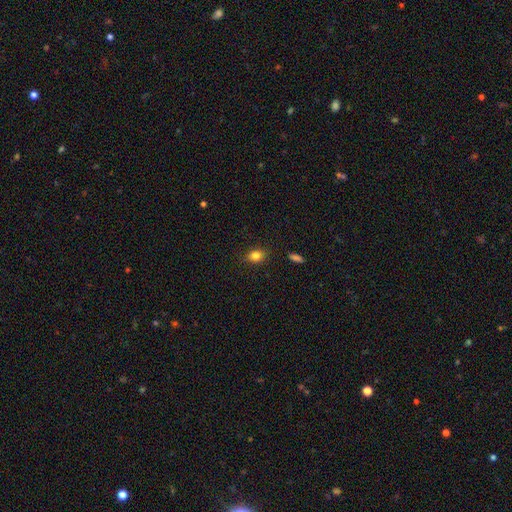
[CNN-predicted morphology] Smooth or featured? Predicted: smooth (p=0.81). How rounded? Predicted: in between (p=0.59). Merging? Predicted: none (p=0.87).